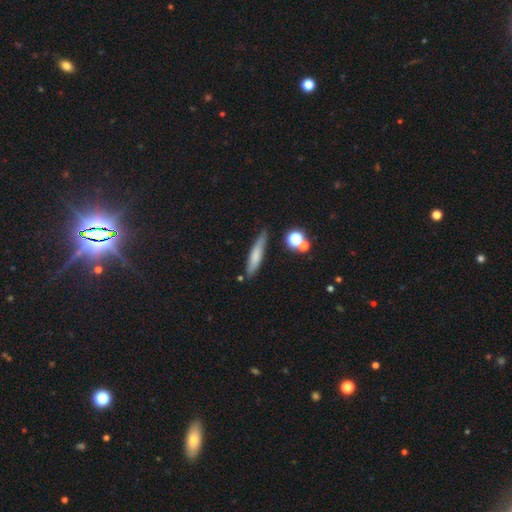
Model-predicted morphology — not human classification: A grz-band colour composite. It shows a smooth galaxy with no disk features (67%) that is cigar-shaped (83%). Merging: none (75%).